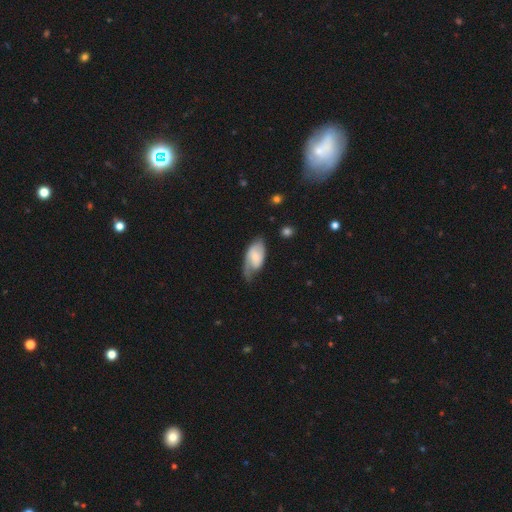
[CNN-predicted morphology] smooth_or_featured: smooth (p=0.48) [alt: featured or disk p=0.46]
merging: none (p=0.36) [alt: minor disturbance p=0.35]